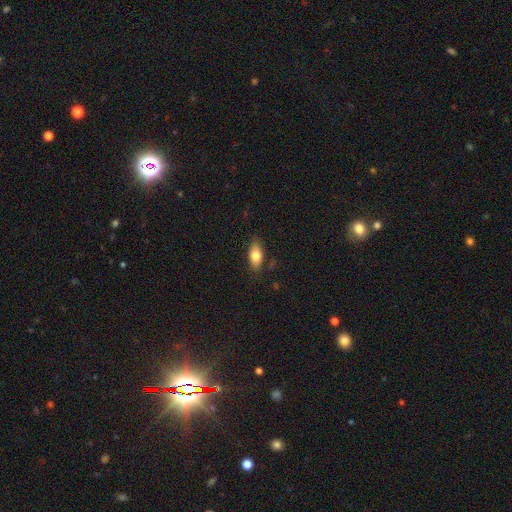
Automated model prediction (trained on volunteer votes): Morphology: type=smooth (76%); roundness=in between (85%); merging=none (83%).